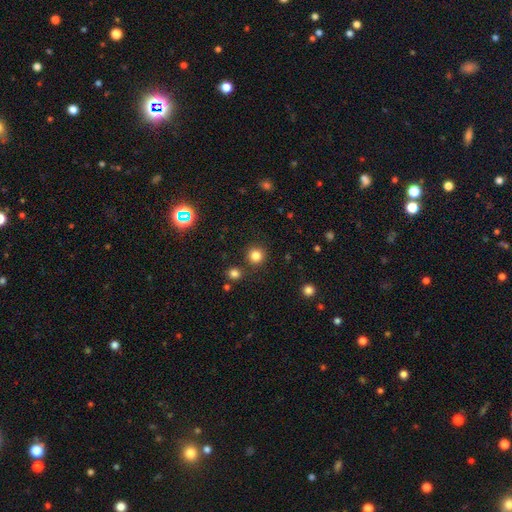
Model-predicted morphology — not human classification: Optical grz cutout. It shows a smooth galaxy with no disk features (83%) that is round (93%). Merging: none (87%).